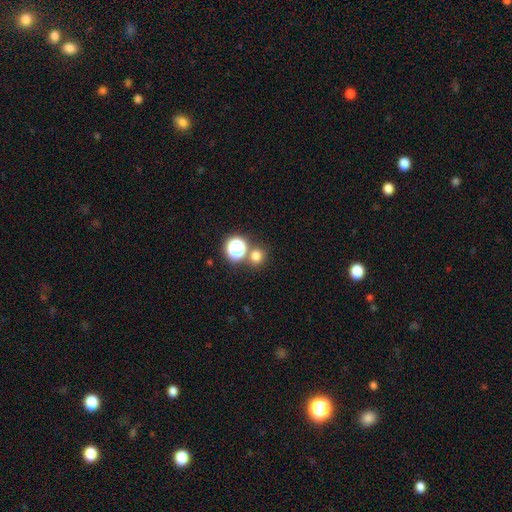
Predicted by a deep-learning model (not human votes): This appears to be a smooth galaxy with no disk features (72%) that is round (83%). Merging: none (70%).